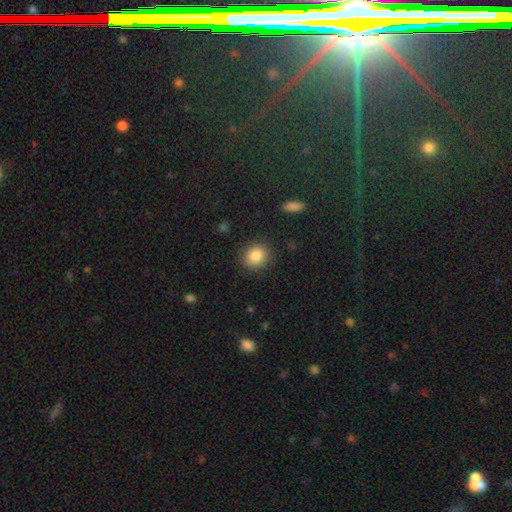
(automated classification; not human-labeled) The model was most divided on "how rounded": round: 73%, in between: 26%, cigar-shaped: 1%. More confident: merging — none (88%); smooth or featured — smooth (85%).